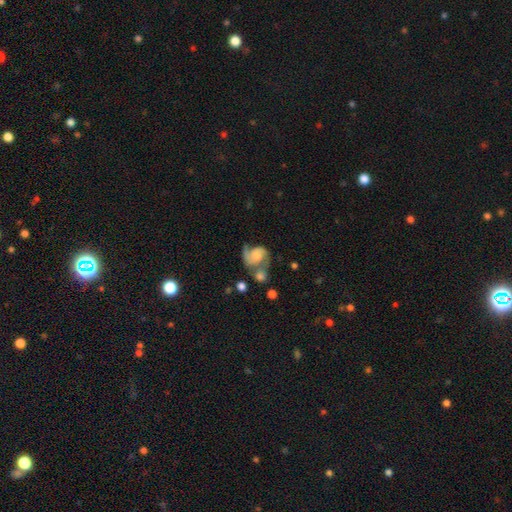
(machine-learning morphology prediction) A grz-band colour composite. It shows a featured or disk galaxy (71%) with no bar (70%), 2 (80%) medium (46%) spiral arms (93%) and no central bulge (40%). Merging: none (37%).